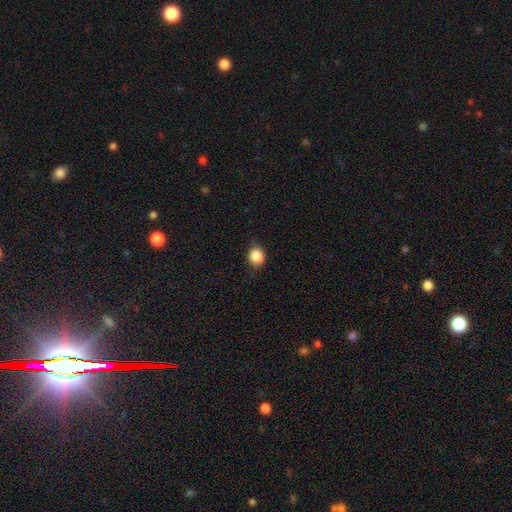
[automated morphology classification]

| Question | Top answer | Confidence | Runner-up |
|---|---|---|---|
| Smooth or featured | smooth | 87% | star or artifact (9%) |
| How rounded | round | 64% | in between (35%) |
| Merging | none | 77% | minor disturbance (19%) |